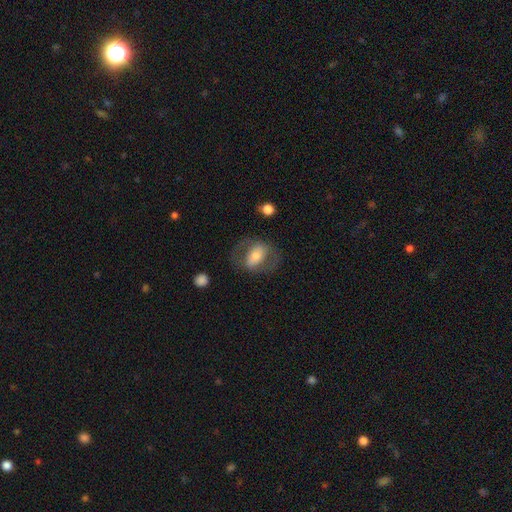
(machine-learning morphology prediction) Smooth or featured: featured or disk — 49% (smooth — 45%)
Merging: none — 66% (major disturbance — 17%)